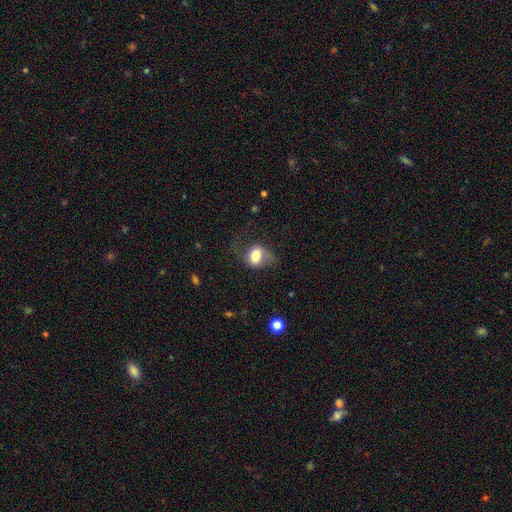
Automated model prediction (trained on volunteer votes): smooth_or_featured: smooth (p=0.60) [alt: featured or disk p=0.32]
how_rounded: in between (p=0.68) [alt: round p=0.30]
merging: none (p=0.46) [alt: major disturbance p=0.26]